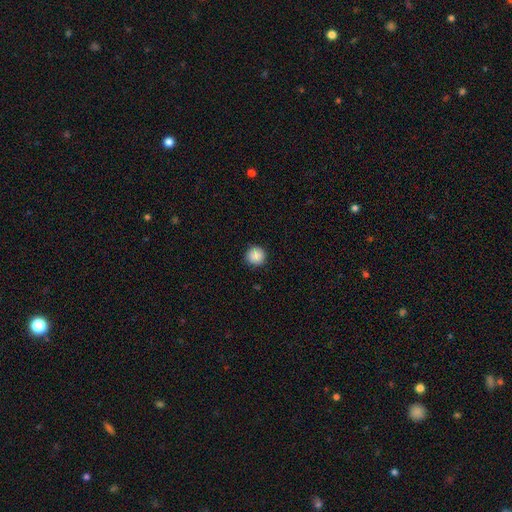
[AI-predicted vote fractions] Smooth or featured? smooth (89%)
How rounded? round (94%)
Merging? none (91%)